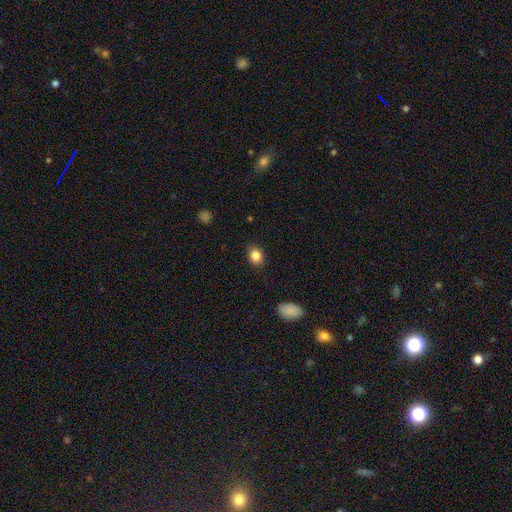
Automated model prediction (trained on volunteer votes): smooth_or_featured: smooth (p=0.85) [alt: star or artifact p=0.10]
how_rounded: round (p=0.52) [alt: in between p=0.47]
merging: none (p=0.87) [alt: minor disturbance p=0.10]